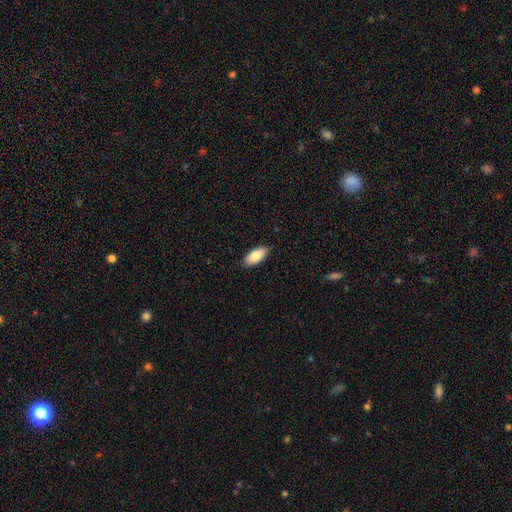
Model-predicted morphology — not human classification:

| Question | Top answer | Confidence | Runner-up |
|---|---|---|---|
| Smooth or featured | smooth | 86% | featured or disk (8%) |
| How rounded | in between | 87% | cigar-shaped (12%) |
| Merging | none | 86% | minor disturbance (11%) |